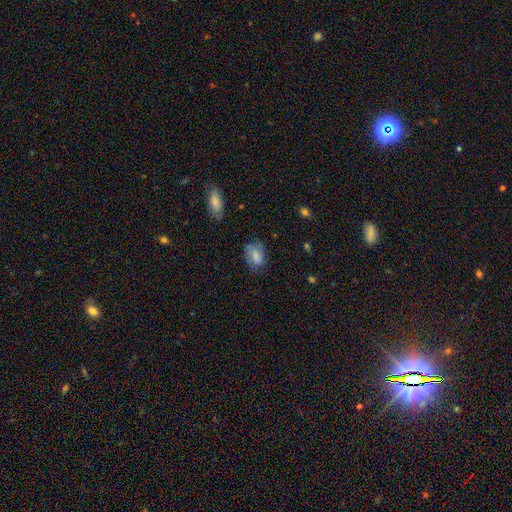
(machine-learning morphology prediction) Smooth or featured: smooth — 74% (featured or disk — 18%)
How rounded: in between — 80% (round — 18%)
Merging: none — 63% (minor disturbance — 26%)